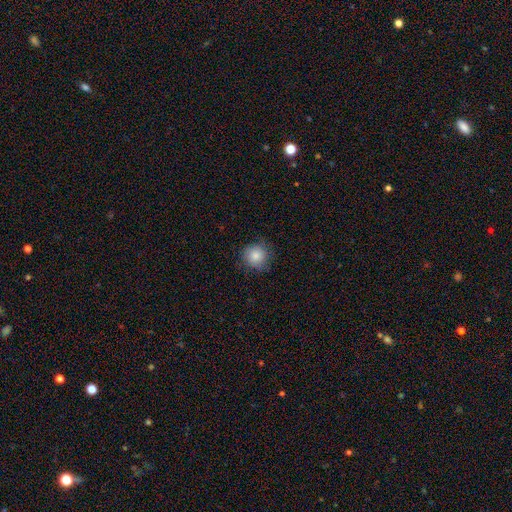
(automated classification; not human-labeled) Smooth or featured?
  - smooth: 83% *
  - star or artifact: 8%
  - featured or disk: 8%
How rounded?
  - round: 92% *
  - in between: 7%
  - cigar-shaped: 1%
Merging?
  - none: 80% *
  - minor disturbance: 15%
  - major disturbance: 4%
  - merger: 1%